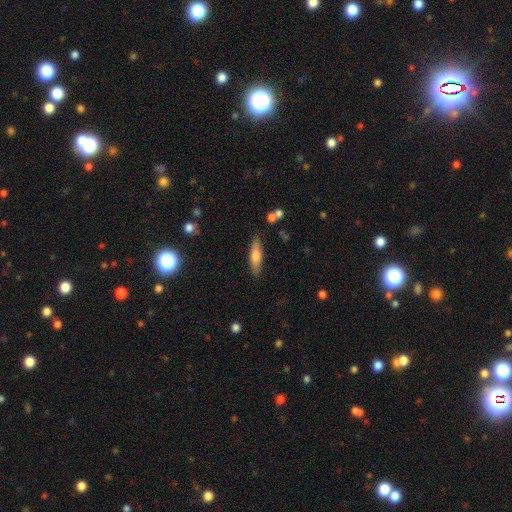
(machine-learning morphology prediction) A smooth galaxy with no disk features (58%) that is cigar-shaped (63%).

Vote fractions:
- Smooth or featured? smooth: 58% / featured or disk: 35% / star or artifact: 7%
- How rounded? cigar-shaped: 63% / in between: 35% / round: 2%
- Merging? none: 84% / minor disturbance: 11% / merger: 3% / major disturbance: 2%